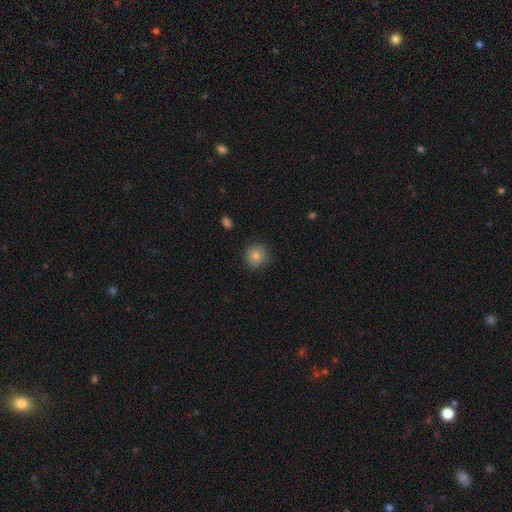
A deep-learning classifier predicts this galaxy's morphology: Overall: smooth (81%). How rounded: round (88%). Merging: none (87%).